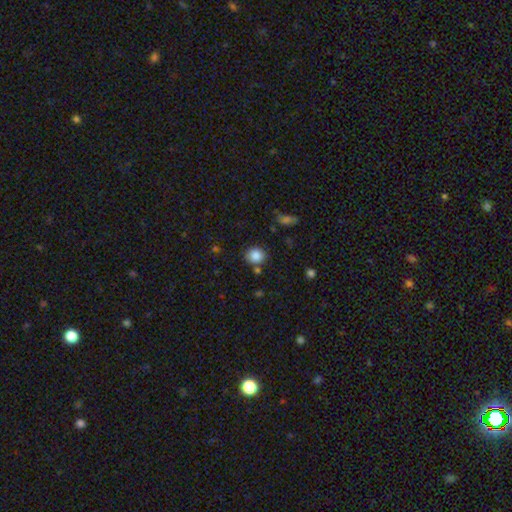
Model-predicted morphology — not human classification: Smooth or featured: smooth — 86% (star or artifact — 10%)
How rounded: round — 77% (in between — 22%)
Merging: none — 78% (minor disturbance — 11%)